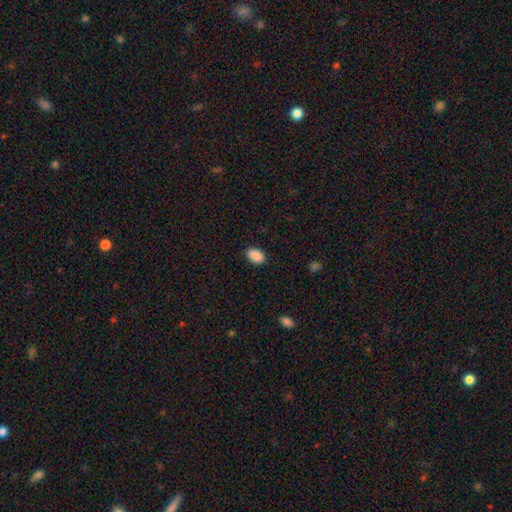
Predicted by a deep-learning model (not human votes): Smooth or featured?
  - smooth: 90% *
  - star or artifact: 7%
  - featured or disk: 3%
How rounded?
  - in between: 88% *
  - round: 11%
  - cigar-shaped: 1%
Merging?
  - none: 87% *
  - minor disturbance: 9%
  - major disturbance: 2%
  - merger: 1%